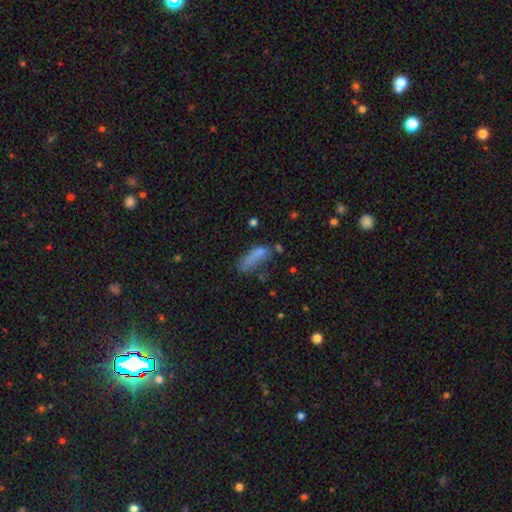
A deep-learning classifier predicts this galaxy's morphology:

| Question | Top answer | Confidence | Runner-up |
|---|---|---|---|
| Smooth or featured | smooth | 72% | featured or disk (15%) |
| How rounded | in between | 50% | cigar-shaped (47%) |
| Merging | none | 42% | minor disturbance (26%) |